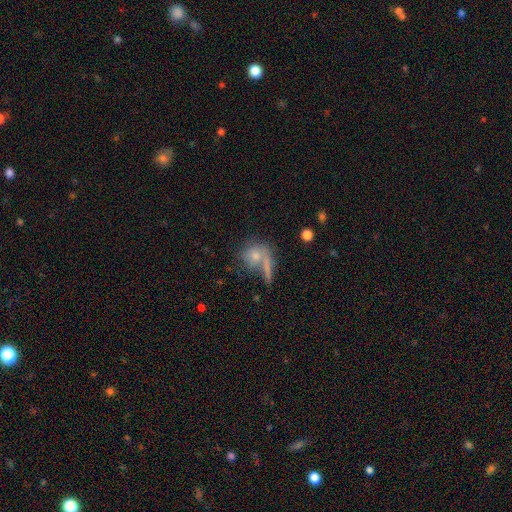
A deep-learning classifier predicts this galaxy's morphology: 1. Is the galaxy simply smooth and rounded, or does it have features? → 63% smooth, 24% featured or disk, 13% star or artifact.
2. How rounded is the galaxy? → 71% round, 23% in between, 6% cigar-shaped.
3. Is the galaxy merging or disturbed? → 52% none, 25% merger, 13% minor disturbance, 9% major disturbance.